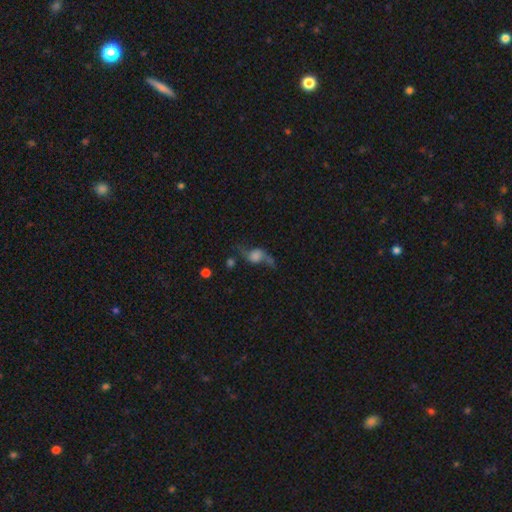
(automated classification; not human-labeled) This appears to be a featured or disk galaxy (60%) with no bar (68%), spiral arms (86%) and a large central bulge (27%). Merging: none (52%).